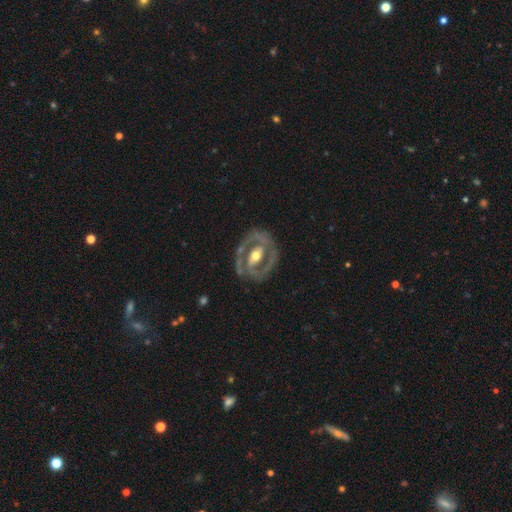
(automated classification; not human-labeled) Smooth or featured: featured or disk — 81% (smooth — 15%)
Edge-on disk: no — 95% (yes — 5%)
Bar: strong — 37% (weak — 31%)
Spiral arms: yes — 66% (no — 34%)
Spiral winding: tight — 48% (medium — 39%)
Spiral arm count: 2 — 76% (can't tell — 10%)
Bulge size: moderate — 73% (small — 13%)
Merging: none — 75% (minor disturbance — 15%)